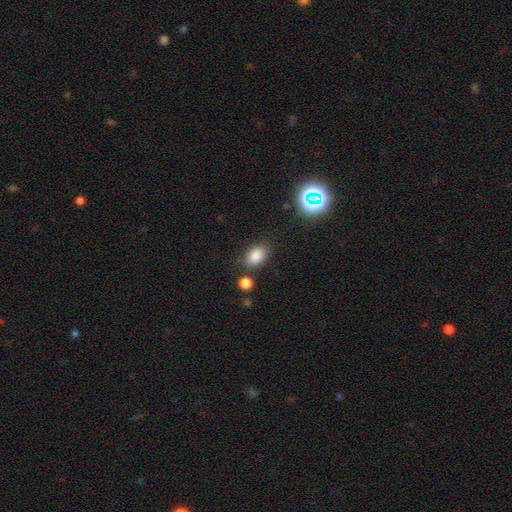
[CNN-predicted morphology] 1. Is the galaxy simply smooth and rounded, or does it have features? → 84% smooth, 11% star or artifact, 5% featured or disk.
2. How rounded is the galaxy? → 83% in between, 16% round, 1% cigar-shaped.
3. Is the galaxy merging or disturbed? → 77% none, 13% minor disturbance, 6% merger, 4% major disturbance.